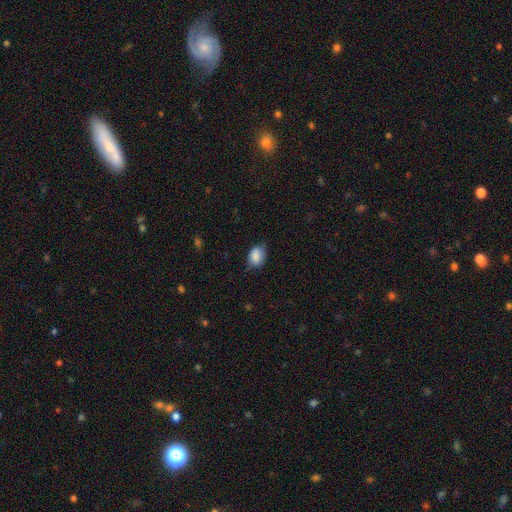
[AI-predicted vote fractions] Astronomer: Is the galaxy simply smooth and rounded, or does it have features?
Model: smooth — 84%.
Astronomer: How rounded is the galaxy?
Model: in between — 71%.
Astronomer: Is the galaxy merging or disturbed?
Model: none — 61%.